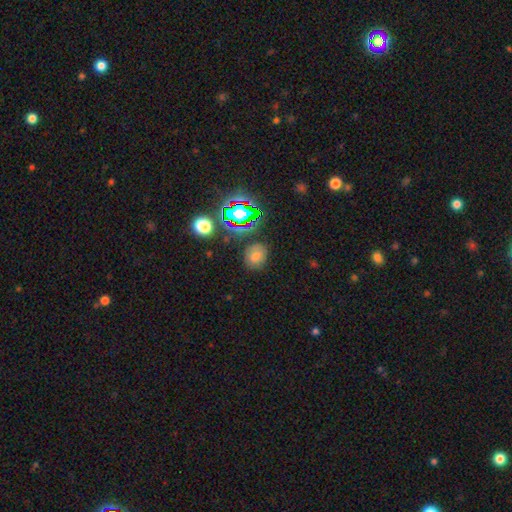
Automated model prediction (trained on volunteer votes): Morphology: type=smooth (57%); roundness=round (65%); merging=none (80%).